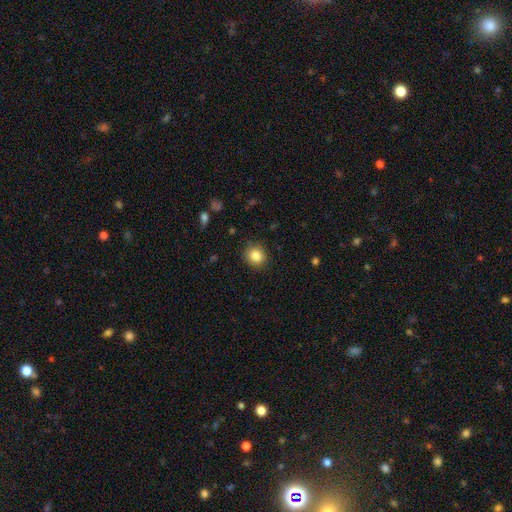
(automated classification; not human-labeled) Q: Smooth or featured?
A: smooth (85%); runner-up: star or artifact (10%)
Q: How rounded?
A: round (83%); runner-up: in between (16%)
Q: Merging?
A: none (87%); runner-up: minor disturbance (9%)